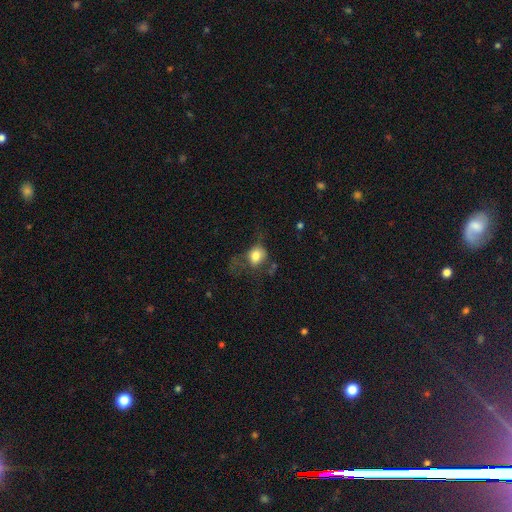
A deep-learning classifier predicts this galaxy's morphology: A smooth galaxy with no disk features (75%) that is round (51%).

Vote fractions:
- Smooth or featured? smooth: 75% / featured or disk: 15% / star or artifact: 10%
- How rounded? round: 51% / in between: 48% / cigar-shaped: 1%
- Merging? major disturbance: 37% / none: 34% / minor disturbance: 24% / merger: 5%